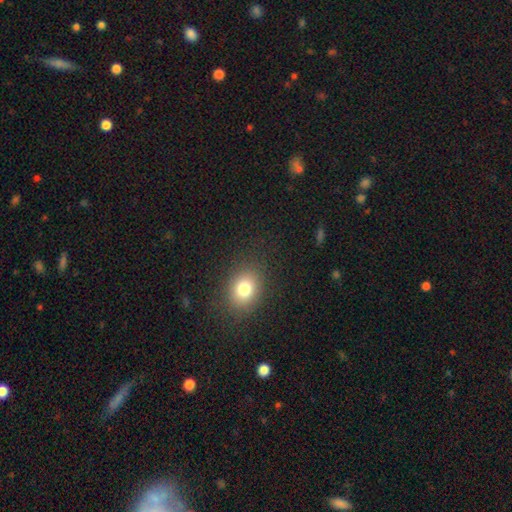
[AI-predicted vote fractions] Morphology: type=smooth (75%); roundness=round (57%); merging=none (90%).